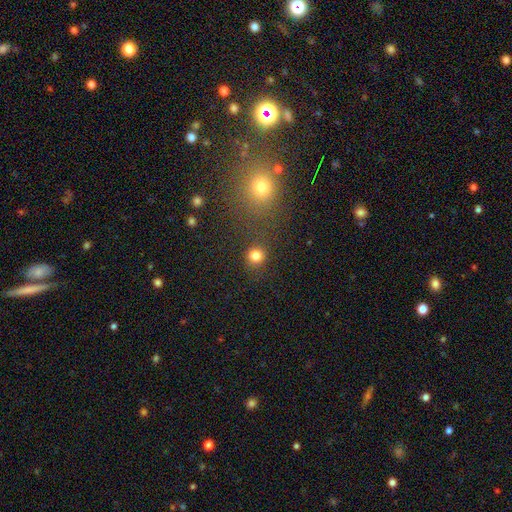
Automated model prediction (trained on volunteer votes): smooth-or-featured: smooth: 81% | star or artifact: 14% | featured or disk: 5%
  how-rounded: round: 91% | in between: 8% | cigar-shaped: 1%
  merging: none: 86% | minor disturbance: 7% | merger: 4% | major disturbance: 3%